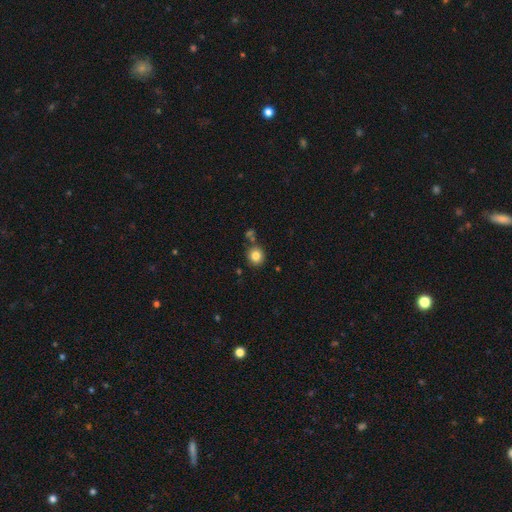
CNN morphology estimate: smooth_or_featured: smooth (p=0.83) [alt: star or artifact p=0.11]
how_rounded: round (p=0.89) [alt: in between p=0.10]
merging: none (p=0.78) [alt: minor disturbance p=0.10]